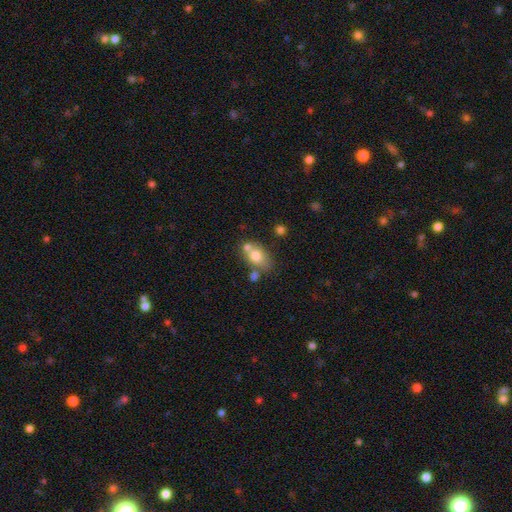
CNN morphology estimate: This appears to be a smooth galaxy with no disk features (72%) that is in between round and cigar-shaped (76%). Merging: none (50%).